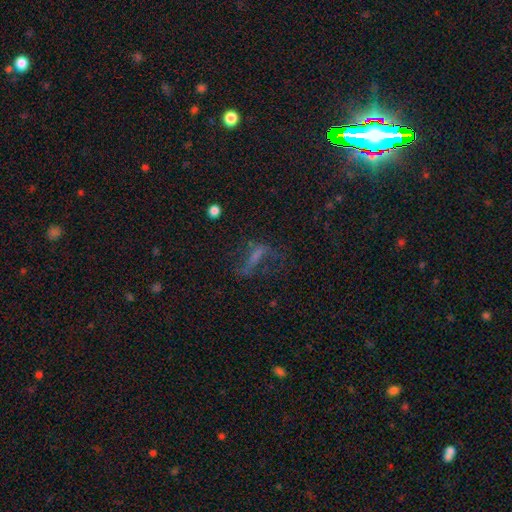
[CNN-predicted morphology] Smooth or featured: featured or disk — 42% (smooth — 32%)
Merging: none — 46% (major disturbance — 33%)